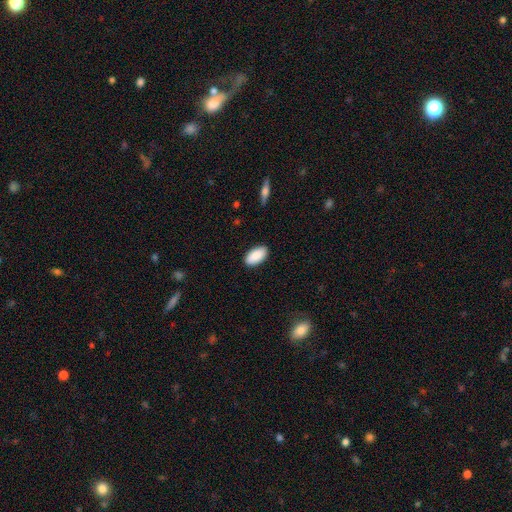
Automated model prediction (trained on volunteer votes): Smooth or featured?
  - smooth: 89% *
  - star or artifact: 6%
  - featured or disk: 5%
How rounded?
  - in between: 95% *
  - cigar-shaped: 3%
  - round: 2%
Merging?
  - none: 88% *
  - minor disturbance: 9%
  - major disturbance: 2%
  - merger: 1%